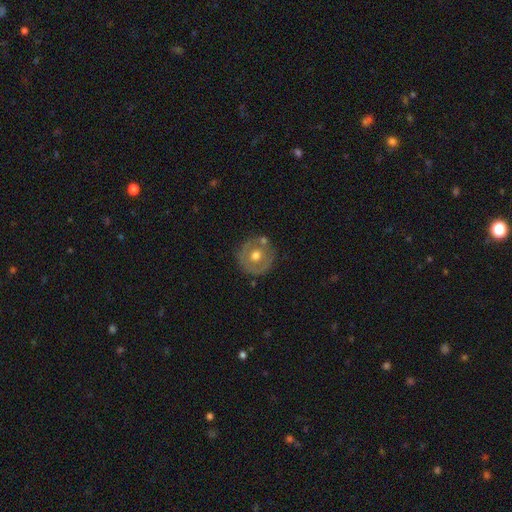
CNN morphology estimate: Smooth or featured? featured or disk (49%)
Merging? none (73%)